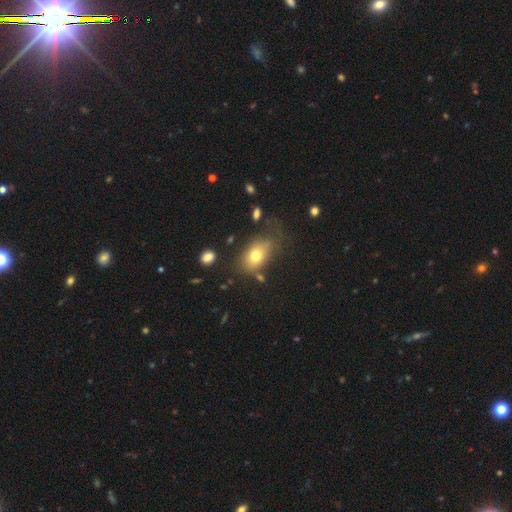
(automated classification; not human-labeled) Smooth or featured? smooth (73%)
How rounded? in between (81%)
Merging? none (54%)